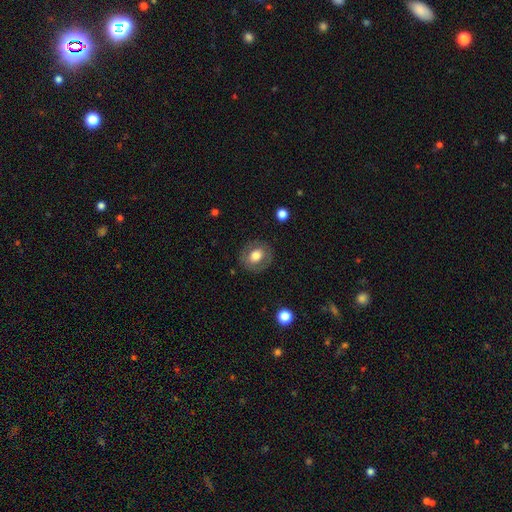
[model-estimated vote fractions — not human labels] This appears to be a smooth galaxy with no disk features (64%) that is round (71%). Merging: none (83%).